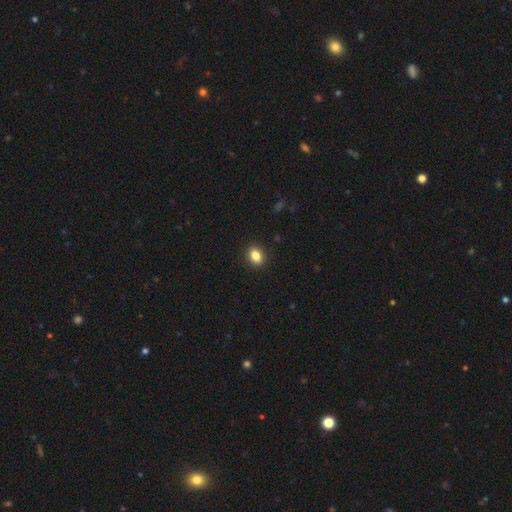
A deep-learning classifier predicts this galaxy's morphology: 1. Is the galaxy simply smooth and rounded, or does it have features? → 85% smooth, 10% star or artifact, 5% featured or disk.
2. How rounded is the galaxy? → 64% in between, 34% round, 1% cigar-shaped.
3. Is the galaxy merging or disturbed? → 91% none, 7% minor disturbance, 2% major disturbance, 1% merger.